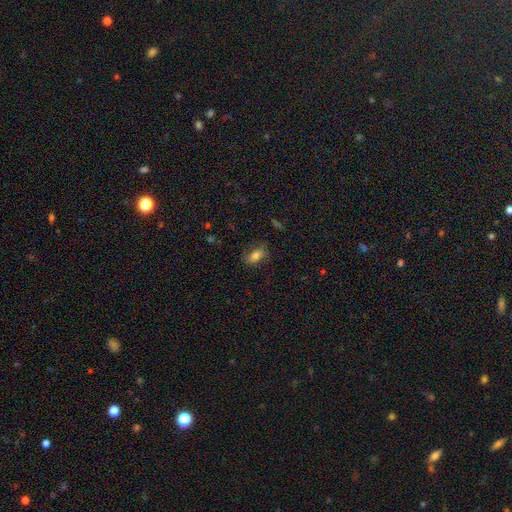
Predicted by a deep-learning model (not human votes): A smooth galaxy with no disk features (72%) that is in between round and cigar-shaped (85%). Merging: none (72%).